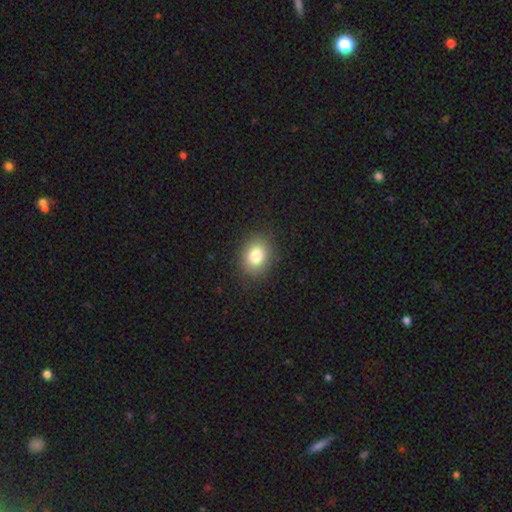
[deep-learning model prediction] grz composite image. It shows a smooth galaxy with no disk features (82%) that is in between round and cigar-shaped (50%). Merging: none (87%).